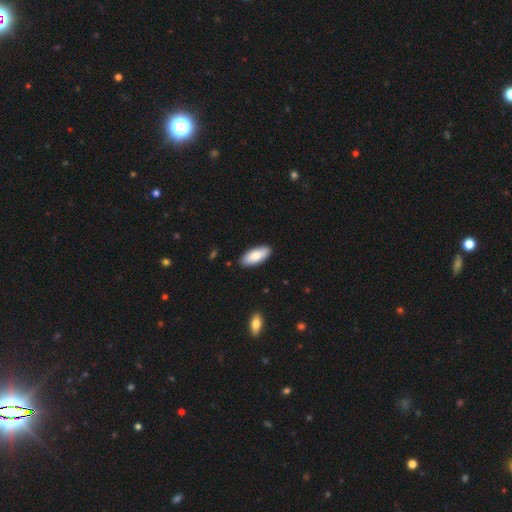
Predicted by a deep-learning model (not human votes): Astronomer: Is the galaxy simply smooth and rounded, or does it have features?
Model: smooth — 83%.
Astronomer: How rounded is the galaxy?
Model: in between — 83%.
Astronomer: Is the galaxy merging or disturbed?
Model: none — 89%.